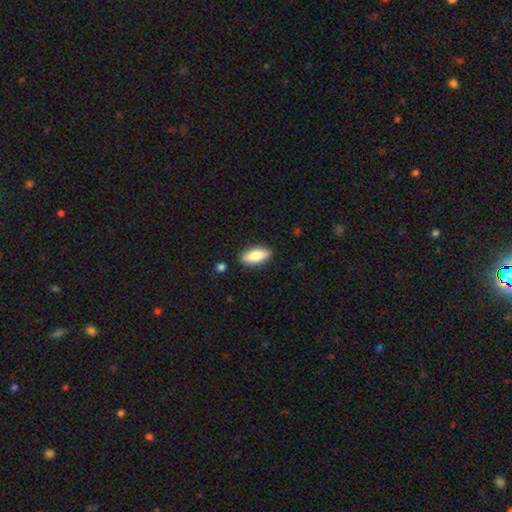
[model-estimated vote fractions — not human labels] Morphology: type=smooth (80%); roundness=in between (81%); merging=none (87%).